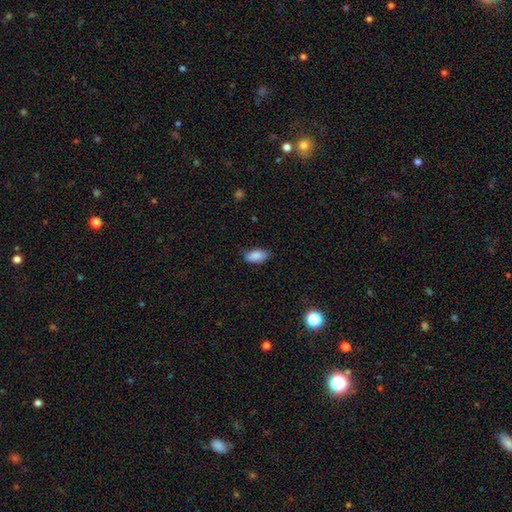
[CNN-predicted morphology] Smooth or featured: smooth — 88% (star or artifact — 7%)
How rounded: in between — 92% (cigar-shaped — 5%)
Merging: none — 78% (minor disturbance — 18%)